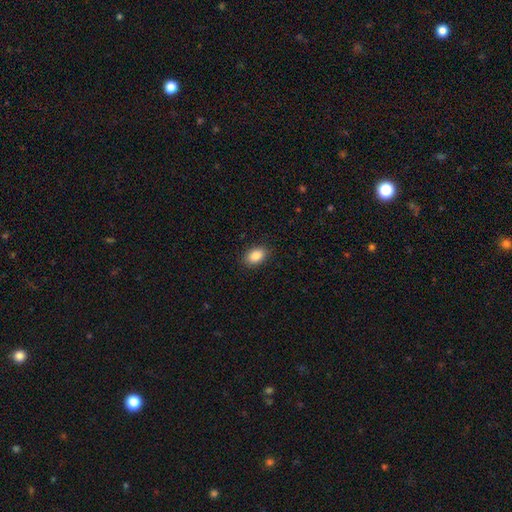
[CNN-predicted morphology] Q: Smooth or featured?
A: smooth (88%); runner-up: star or artifact (8%)
Q: How rounded?
A: in between (88%); runner-up: round (11%)
Q: Merging?
A: none (89%); runner-up: minor disturbance (8%)